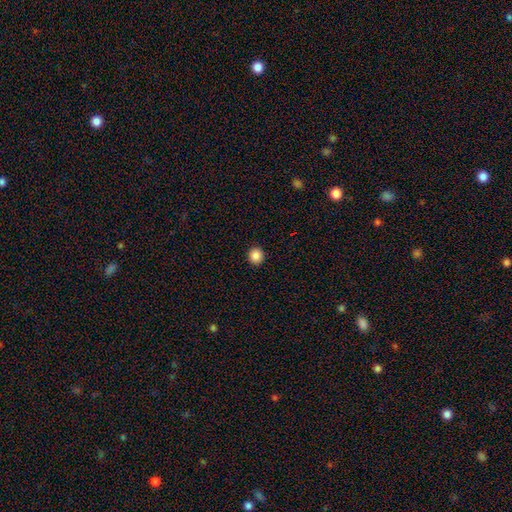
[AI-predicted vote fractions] Smooth or featured? Predicted: smooth (p=0.86). How rounded? Predicted: round (p=0.92). Merging? Predicted: none (p=0.93).